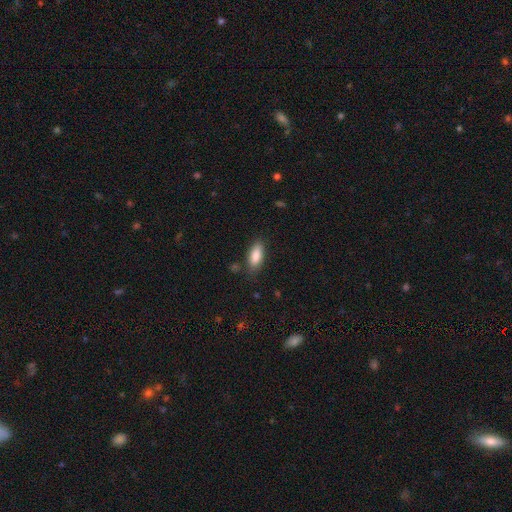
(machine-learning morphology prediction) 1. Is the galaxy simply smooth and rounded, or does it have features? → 86% smooth, 7% star or artifact, 7% featured or disk.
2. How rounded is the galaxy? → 82% in between, 16% cigar-shaped, 2% round.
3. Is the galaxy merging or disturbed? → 81% none, 14% minor disturbance, 3% major disturbance, 2% merger.